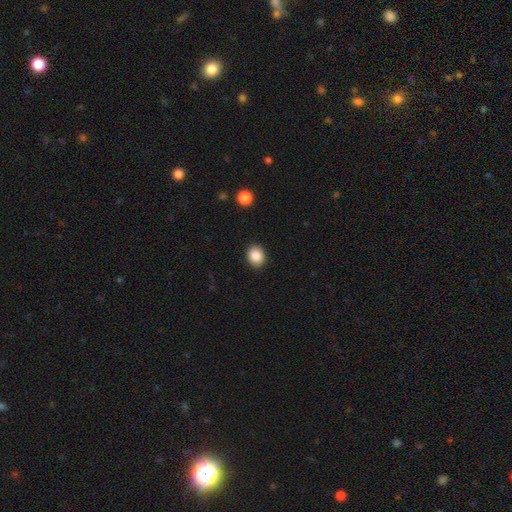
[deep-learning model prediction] Smooth or featured: smooth — 86% (star or artifact — 9%)
How rounded: round — 54% (in between — 45%)
Merging: none — 91% (minor disturbance — 7%)